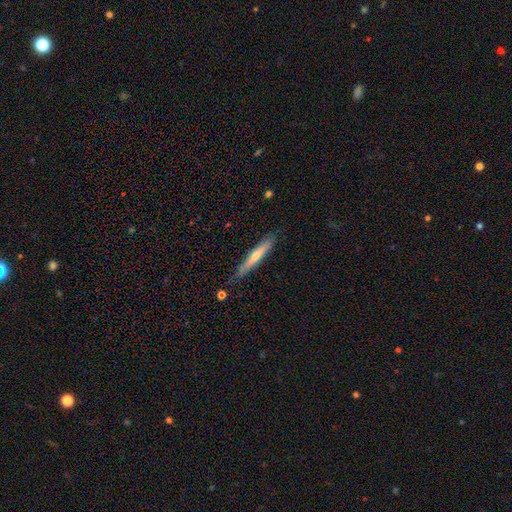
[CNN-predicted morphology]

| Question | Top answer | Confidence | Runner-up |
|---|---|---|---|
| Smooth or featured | smooth | 47% | tied: featured or disk (47%) |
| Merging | none | 82% | minor disturbance (14%) |